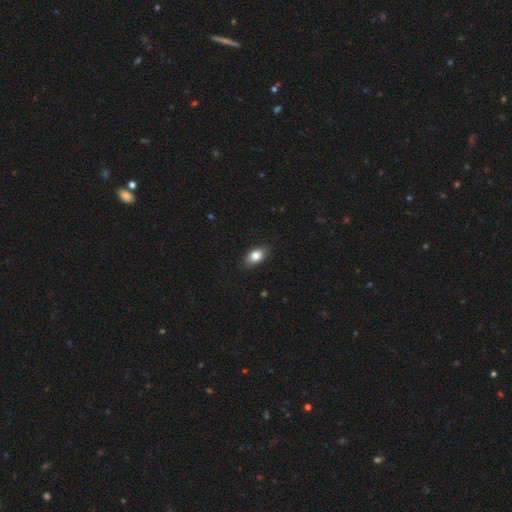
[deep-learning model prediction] This appears to be a smooth galaxy with no disk features (83%) that is in between round and cigar-shaped (88%). Merging: none (86%).